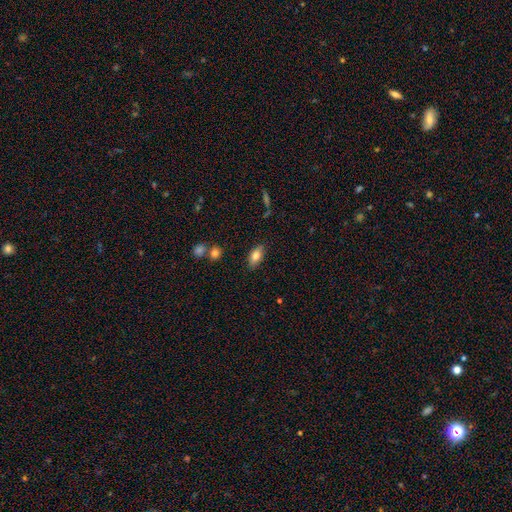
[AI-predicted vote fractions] A smooth galaxy with no disk features (78%) that is in between round and cigar-shaped (89%).

Vote fractions:
- Smooth or featured? smooth: 78% / featured or disk: 14% / star or artifact: 8%
- How rounded? in between: 89% / cigar-shaped: 7% / round: 4%
- Merging? none: 85% / minor disturbance: 11% / major disturbance: 2% / merger: 2%